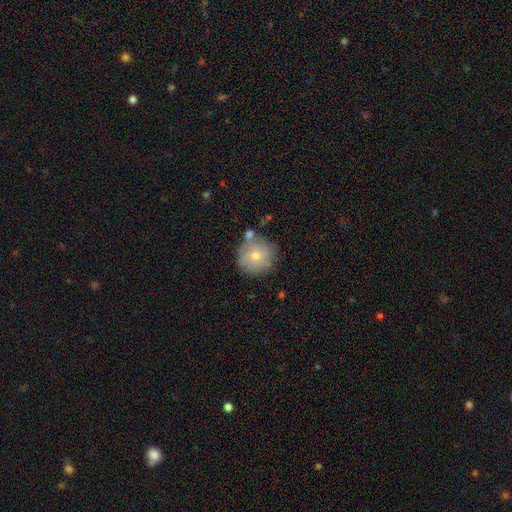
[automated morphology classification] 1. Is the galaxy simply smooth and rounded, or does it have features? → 69% smooth, 23% featured or disk, 8% star or artifact.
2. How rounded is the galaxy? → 93% round, 6% in between, 1% cigar-shaped.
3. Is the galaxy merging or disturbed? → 68% none, 16% minor disturbance, 11% merger, 5% major disturbance.